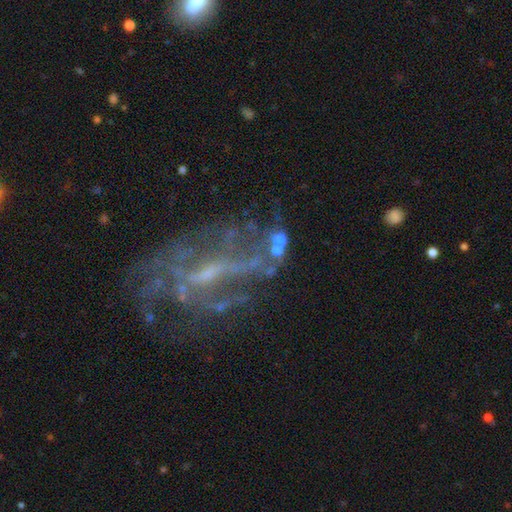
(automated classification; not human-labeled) A featured or disk galaxy (75%) with a weak bar (42%), spiral arms (63%) and a small central bulge (55%). Merging: none (50%).